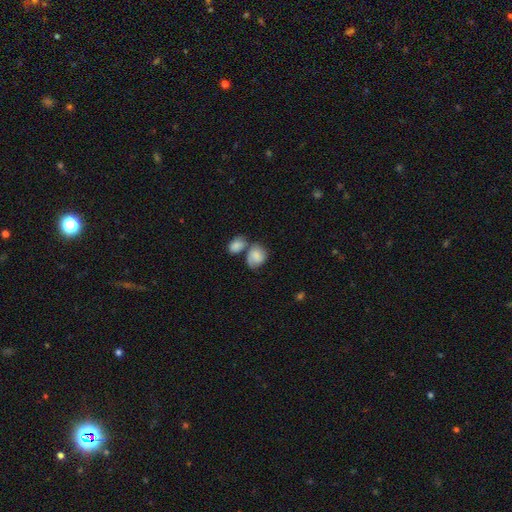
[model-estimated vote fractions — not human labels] Overall: smooth (69%). How rounded: in between (56%; round 43%). Merging: merger (41%; none 33%).